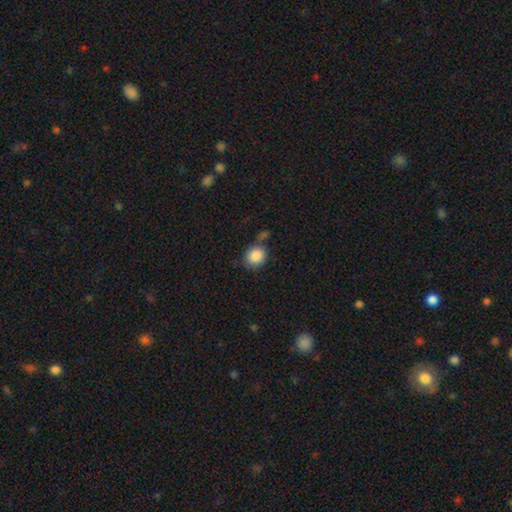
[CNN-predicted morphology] smooth 87%, star or artifact 8%, featured or disk 5%. Down the decision tree: how rounded — round (75%); merging — none (63%).